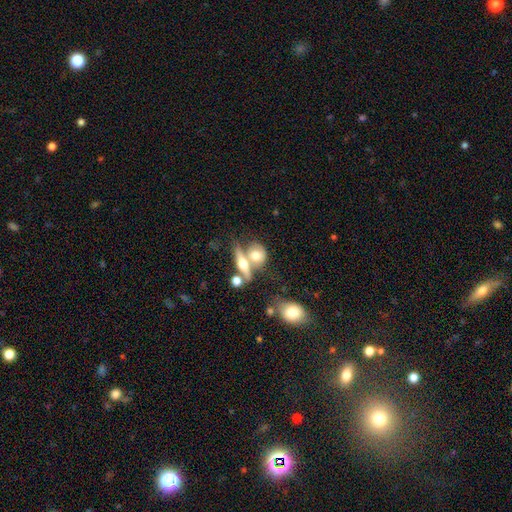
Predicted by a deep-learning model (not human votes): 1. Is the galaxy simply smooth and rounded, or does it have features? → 51% smooth, 40% featured or disk, 9% star or artifact.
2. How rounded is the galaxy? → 48% in between, 38% round, 14% cigar-shaped.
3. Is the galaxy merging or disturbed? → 51% merger, 32% none, 11% minor disturbance, 7% major disturbance.